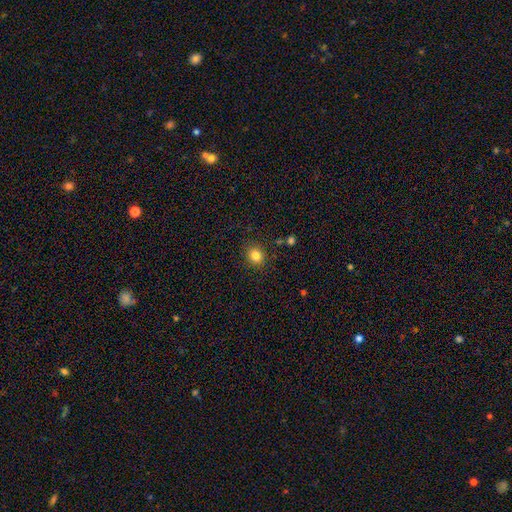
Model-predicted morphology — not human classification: smooth 83%, star or artifact 11%, featured or disk 6%. Down the decision tree: how rounded — round (70%); merging — none (87%).